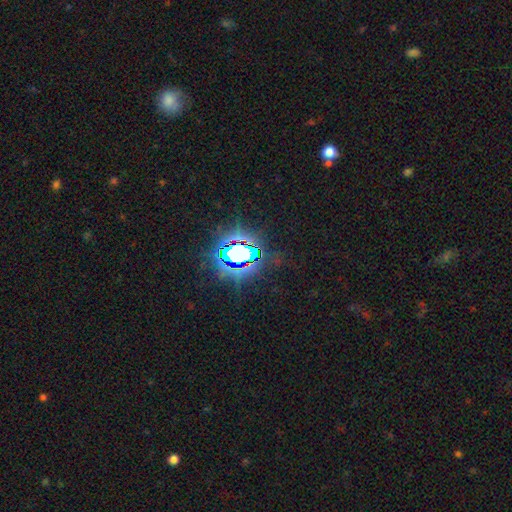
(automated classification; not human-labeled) Smooth or featured?
  - star or artifact: 82% *
  - smooth: 11%
  - featured or disk: 8%